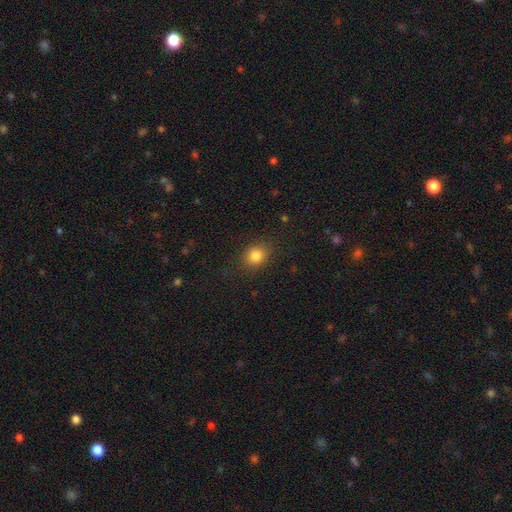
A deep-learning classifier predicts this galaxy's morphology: A smooth galaxy with no disk features (84%) that is round (68%). Merging: none (85%).